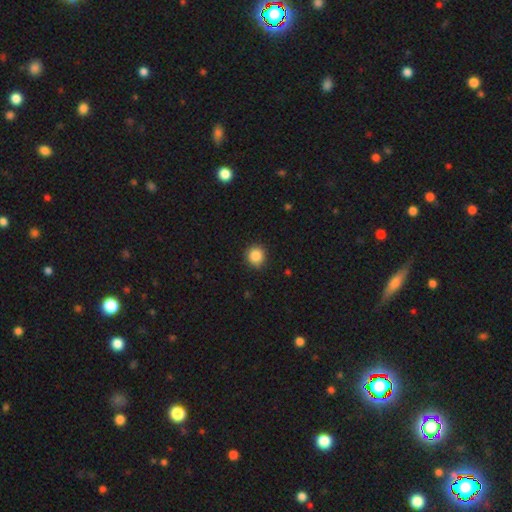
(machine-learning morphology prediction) smooth 86%, star or artifact 10%, featured or disk 4%. Down the decision tree: how rounded — round (88%); merging — none (89%).